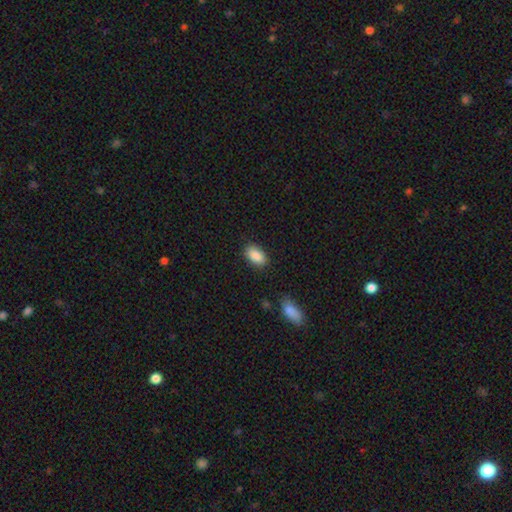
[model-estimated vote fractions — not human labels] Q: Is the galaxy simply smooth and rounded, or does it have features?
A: smooth — 89%.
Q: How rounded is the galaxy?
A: in between — 92%.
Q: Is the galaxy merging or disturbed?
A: none — 86%.